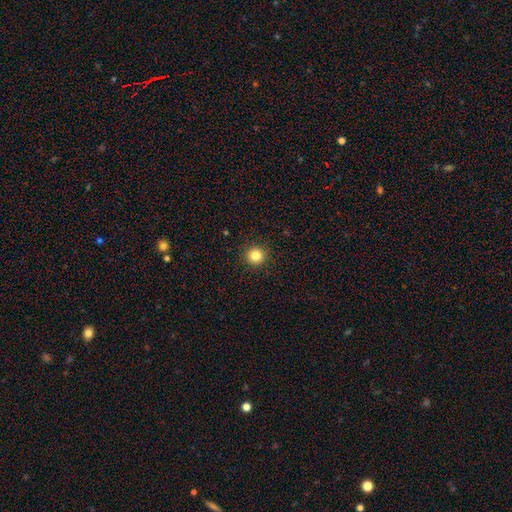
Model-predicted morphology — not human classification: Smooth or featured?
  - smooth: 83% *
  - star or artifact: 11%
  - featured or disk: 5%
How rounded?
  - round: 95% *
  - in between: 4%
  - cigar-shaped: 1%
Merging?
  - none: 93% *
  - minor disturbance: 5%
  - major disturbance: 2%
  - merger: 1%